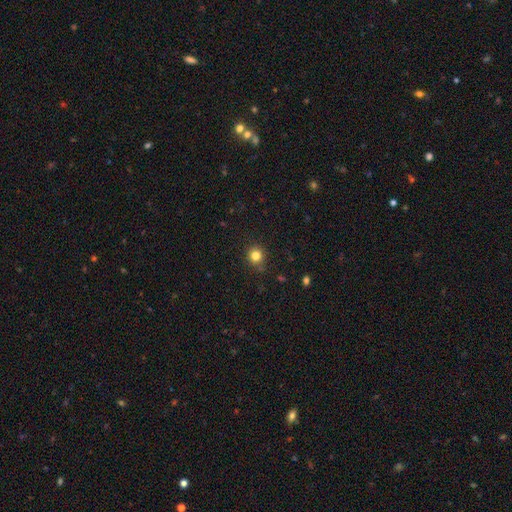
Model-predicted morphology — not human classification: smooth 82%, star or artifact 13%, featured or disk 5%. Down the decision tree: how rounded — round (90%); merging — none (88%).